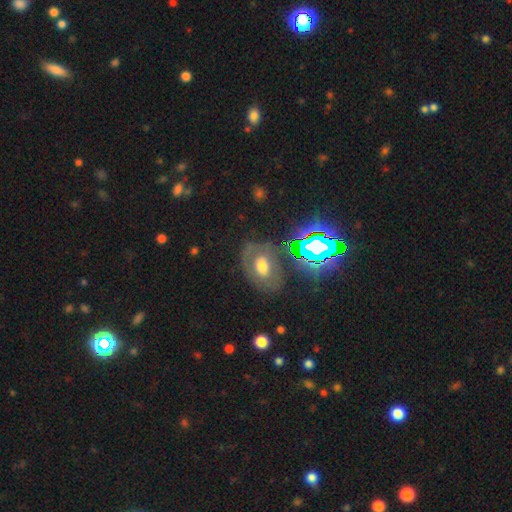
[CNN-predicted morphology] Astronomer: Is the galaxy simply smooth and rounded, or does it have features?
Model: star or artifact — 46% (runner-up: featured or disk, 31%).